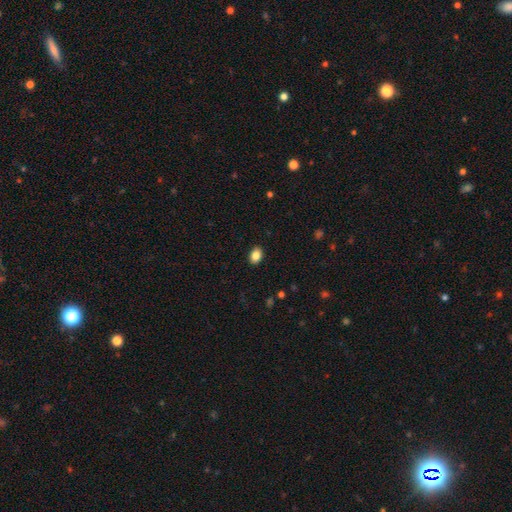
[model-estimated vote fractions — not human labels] This appears to be a smooth galaxy with no disk features (86%) that is in between round and cigar-shaped (74%). Merging: none (90%).